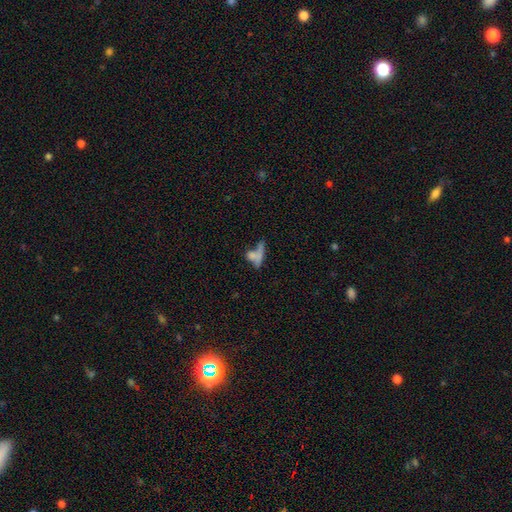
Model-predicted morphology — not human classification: This is likely a smooth galaxy (63%). How rounded: possibly cigar-shaped (47%). Merging: possibly merger (46%).